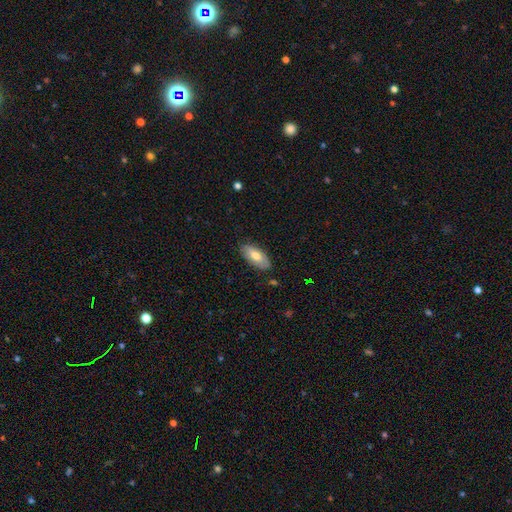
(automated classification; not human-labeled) smooth-or-featured: smooth: 69% | featured or disk: 25% | star or artifact: 6%
  how-rounded: in between: 89% | cigar-shaped: 8% | round: 2%
  merging: none: 83% | minor disturbance: 13% | major disturbance: 2% | merger: 1%